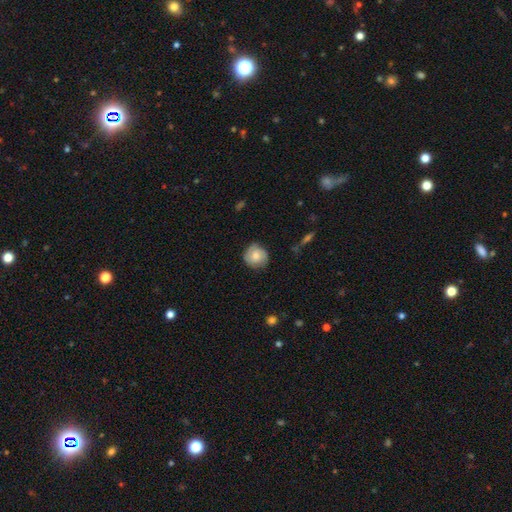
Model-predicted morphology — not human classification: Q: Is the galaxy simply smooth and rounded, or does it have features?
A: smooth — 59%.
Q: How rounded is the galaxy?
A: round — 87%.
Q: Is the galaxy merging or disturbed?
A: none — 75%.